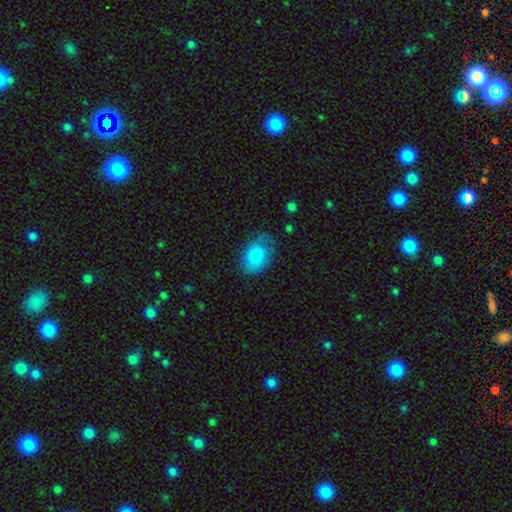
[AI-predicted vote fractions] smooth_or_featured: smooth (p=0.80) [alt: featured or disk p=0.14]
how_rounded: in between (p=0.86) [alt: round p=0.12]
merging: none (p=0.61) [alt: minor disturbance p=0.27]